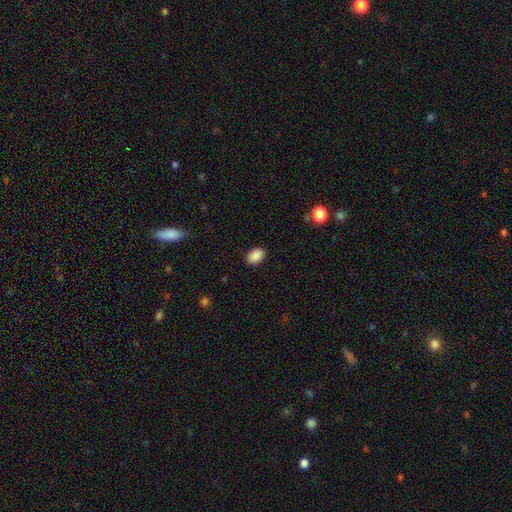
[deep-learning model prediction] Smooth or featured? Predicted: smooth (p=0.89). How rounded? Predicted: in between (p=0.82). Merging? Predicted: none (p=0.88).